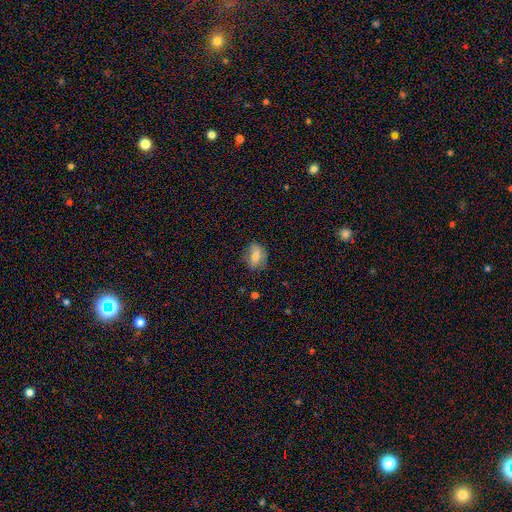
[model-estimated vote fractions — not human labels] This appears to be a smooth galaxy with no disk features (70%) that is in between round and cigar-shaped (74%). Merging: none (75%).